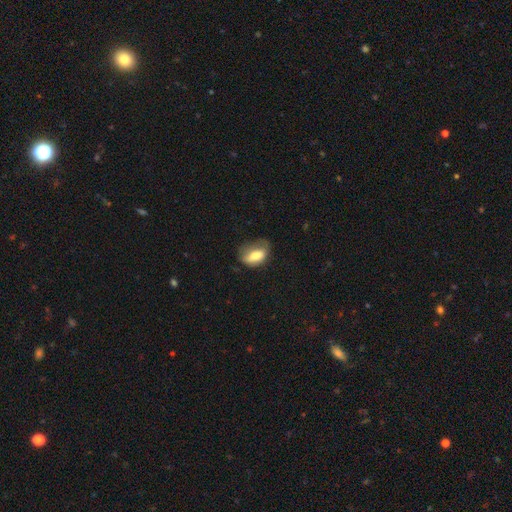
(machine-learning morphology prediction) smooth_or_featured: smooth (p=0.73) [alt: featured or disk p=0.19]
how_rounded: in between (p=0.86) [alt: round p=0.10]
merging: none (p=0.40) [alt: minor disturbance p=0.35]